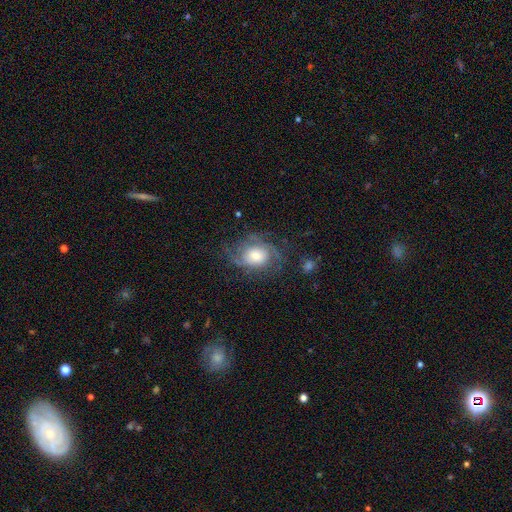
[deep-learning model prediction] featured or disk 65%, smooth 27%, star or artifact 8%. Down the decision tree: edge-on disk — no (97%); bar — no (75%); spiral arms — yes (84%); spiral arm count — 2 (34%); spiral winding — medium (42%); bulge size — moderate (48%); merging — none (58%).